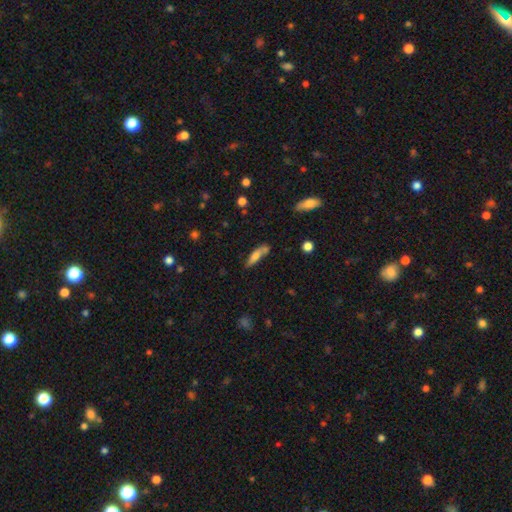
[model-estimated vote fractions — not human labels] smooth-or-featured: smooth: 66% | featured or disk: 26% | star or artifact: 8%
  how-rounded: cigar-shaped: 62% | in between: 35% | round: 3%
  merging: none: 49% | merger: 23% | minor disturbance: 20% | major disturbance: 7%